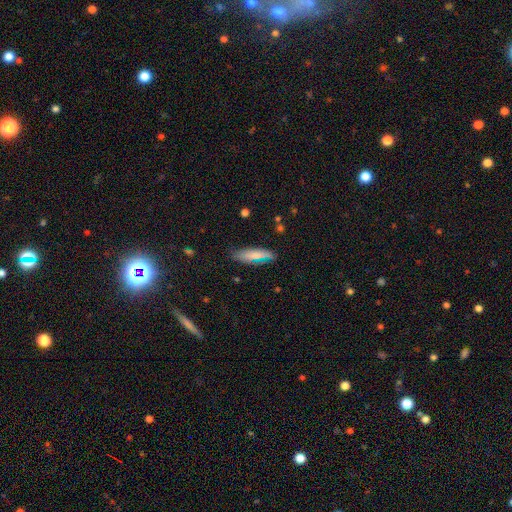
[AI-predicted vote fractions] smooth 77%, featured or disk 15%, star or artifact 8%. Down the decision tree: how rounded — cigar-shaped (53%); merging — none (76%).